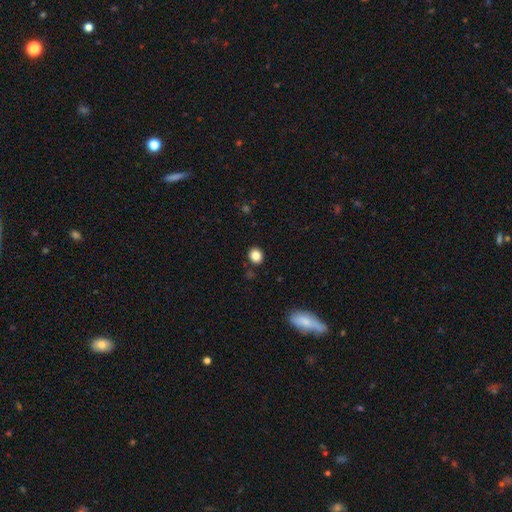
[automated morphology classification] Smooth or featured? Predicted: smooth (p=0.85). How rounded? Predicted: round (p=0.78). Merging? Predicted: none (p=0.89).